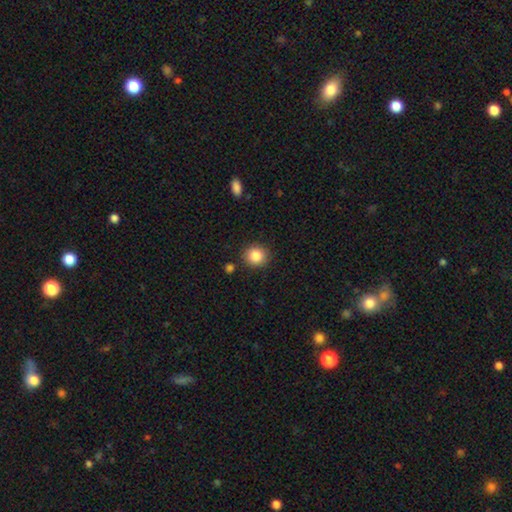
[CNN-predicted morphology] A smooth galaxy with no disk features (86%) that is round (87%). Merging: none (88%).